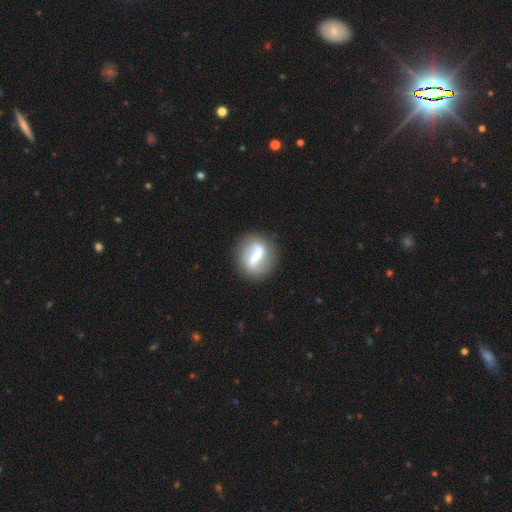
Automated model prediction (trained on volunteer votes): This appears to be a featured or disk galaxy (65%) with a strong bar (53%), spiral arms (74%) and a moderate central bulge (38%). Merging: none (77%).